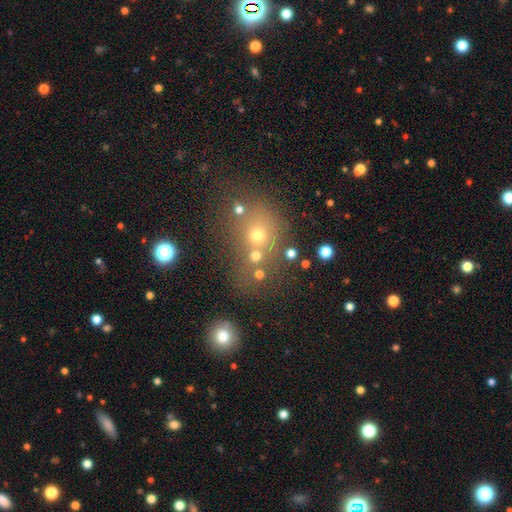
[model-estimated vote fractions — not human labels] This appears to be a smooth galaxy with no disk features (61%) that is round (75%). Merging: none (54%).